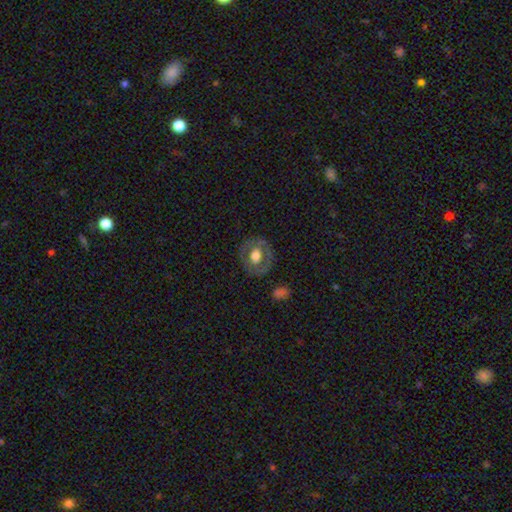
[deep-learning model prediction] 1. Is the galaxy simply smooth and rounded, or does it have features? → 48% featured or disk, 45% smooth, 7% star or artifact.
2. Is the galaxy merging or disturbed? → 79% none, 13% minor disturbance, 6% major disturbance, 2% merger.